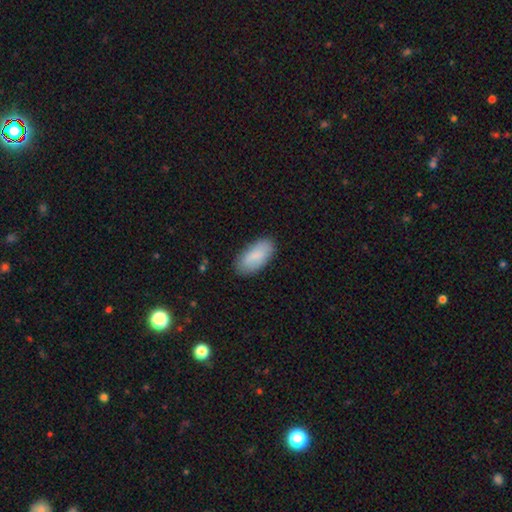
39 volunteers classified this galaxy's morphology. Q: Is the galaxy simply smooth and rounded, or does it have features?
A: smooth — 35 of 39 (90%).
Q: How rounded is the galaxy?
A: in between — 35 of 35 (100%).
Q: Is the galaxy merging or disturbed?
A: none — 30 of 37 (81%).